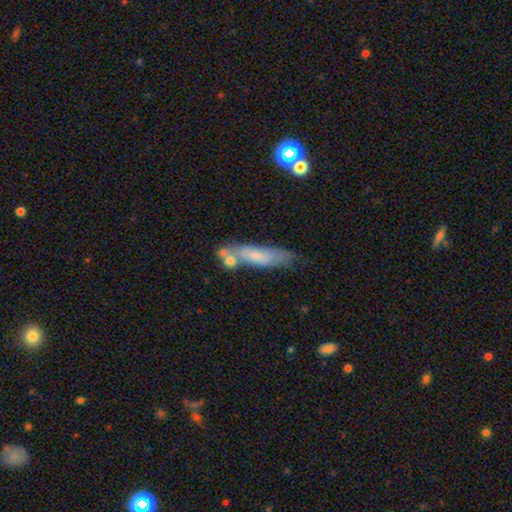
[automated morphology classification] This is possibly a smooth galaxy (55%). How rounded: likely cigar-shaped (75%). Merging: possibly none (53%).